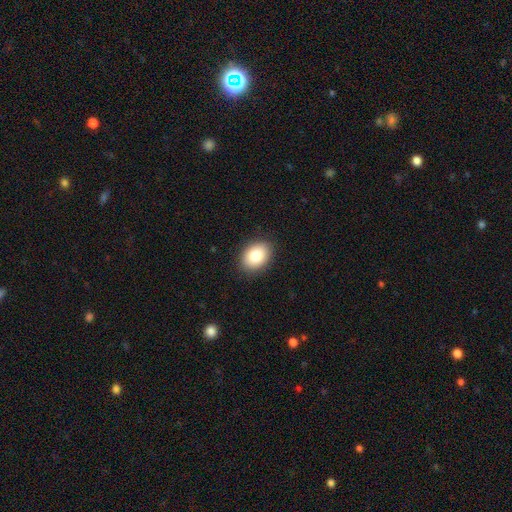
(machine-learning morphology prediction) type=smooth (84%); roundness=in between (75%); merging=none (89%).